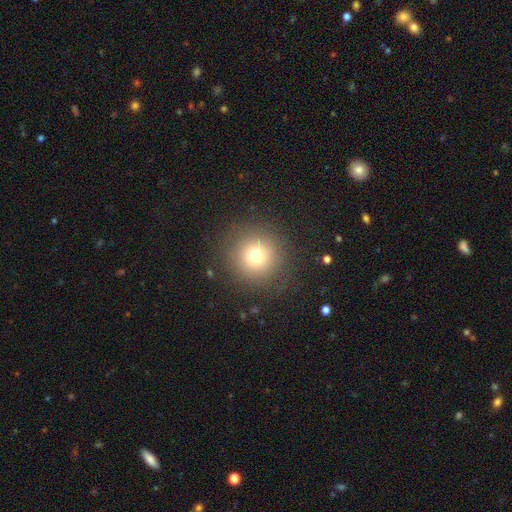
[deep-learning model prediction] smooth_or_featured: smooth (p=0.74) [alt: star or artifact p=0.16]
how_rounded: round (p=0.95) [alt: in between p=0.04]
merging: none (p=0.87) [alt: minor disturbance p=0.08]